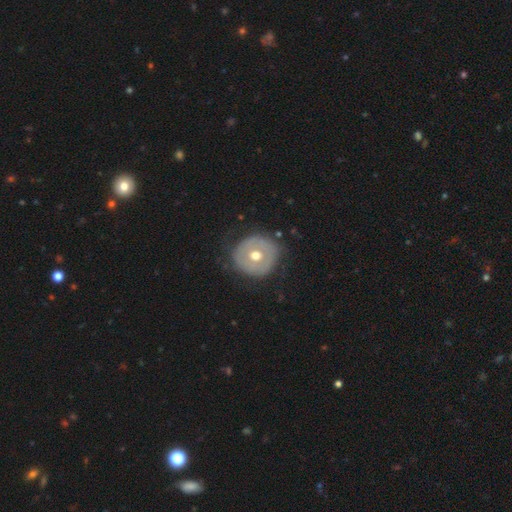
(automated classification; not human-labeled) Q: Smooth or featured?
A: featured or disk (52%); runner-up: smooth (42%)
Q: Edge-on disk?
A: no (96%); runner-up: yes (4%)
Q: Merging?
A: none (75%); runner-up: minor disturbance (17%)